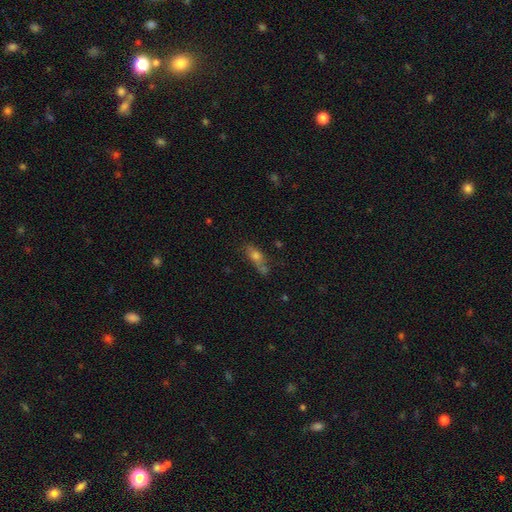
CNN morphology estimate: A smooth galaxy with no disk features (65%) that is in between round and cigar-shaped (63%).

Vote fractions:
- Smooth or featured? smooth: 65% / featured or disk: 24% / star or artifact: 11%
- How rounded? in between: 63% / cigar-shaped: 29% / round: 8%
- Merging? none: 44% / minor disturbance: 24% / merger: 19% / major disturbance: 12%